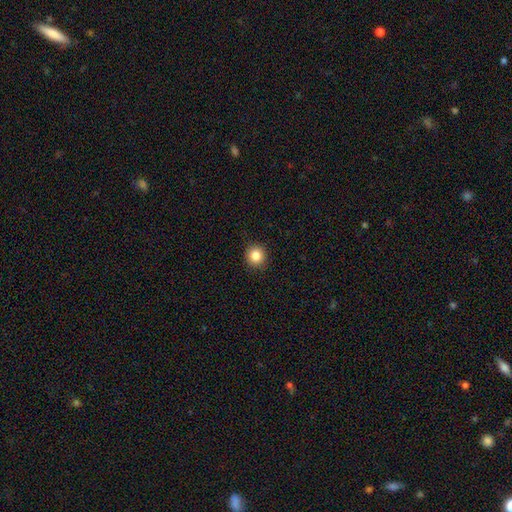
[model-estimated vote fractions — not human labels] Overall: smooth (84%). How rounded: round (92%). Merging: none (92%).